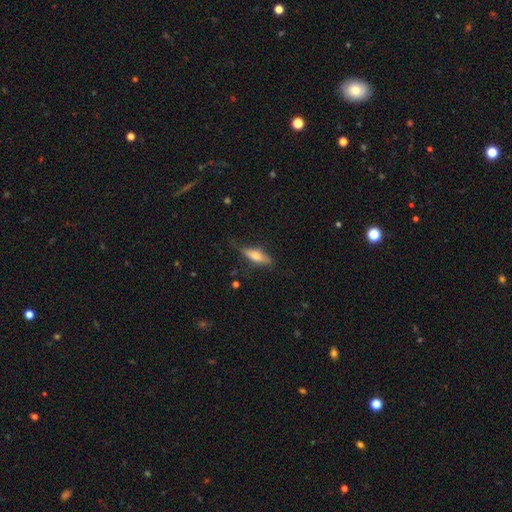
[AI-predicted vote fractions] Smooth or featured? Predicted: smooth (p=0.67). How rounded? Predicted: in between (p=0.57). Merging? Predicted: none (p=0.71).